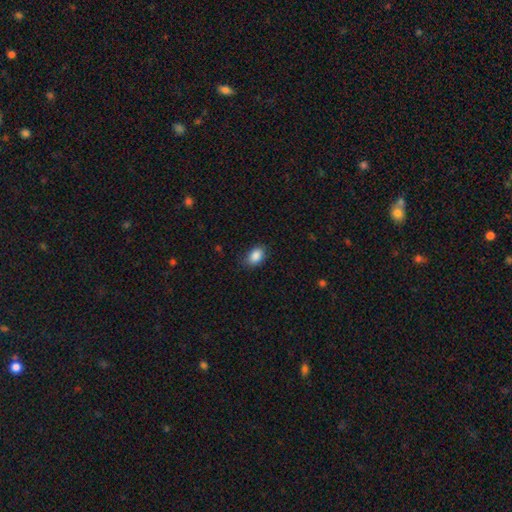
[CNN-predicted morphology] type=smooth (87%); roundness=in between (78%); merging=none (78%).